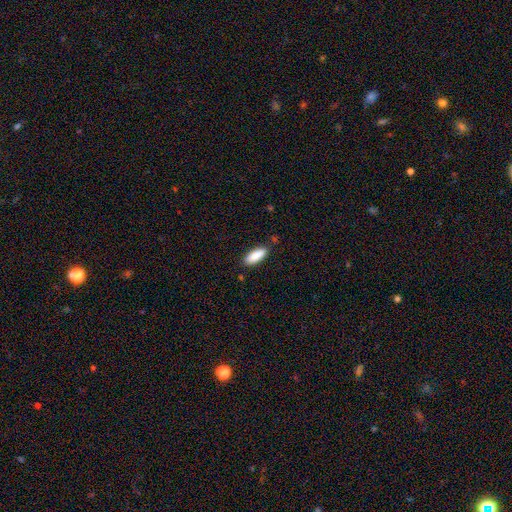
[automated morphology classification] Overall: smooth (87%). How rounded: in between (72%). Merging: none (85%).